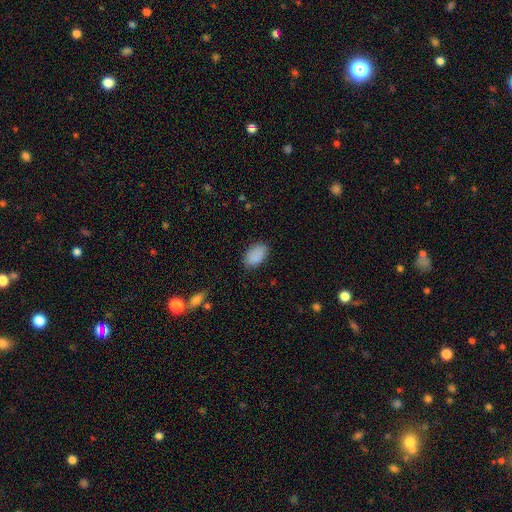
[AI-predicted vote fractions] Smooth or featured? smooth (89%)
How rounded? in between (92%)
Merging? none (85%)